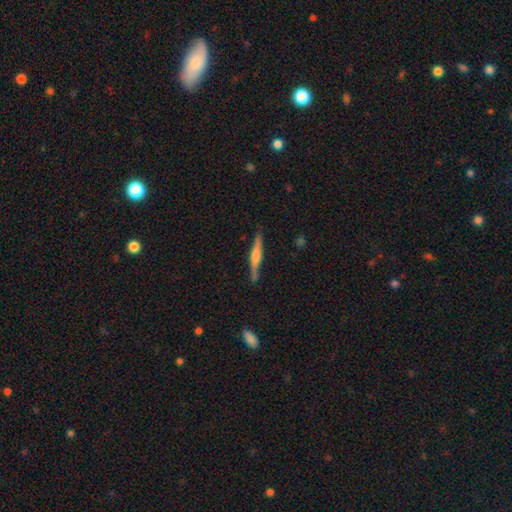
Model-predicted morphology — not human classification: type=featured or disk (61%); edge-on=yes (97%); edge-on bulge=rounded (64%); merging=none (85%).